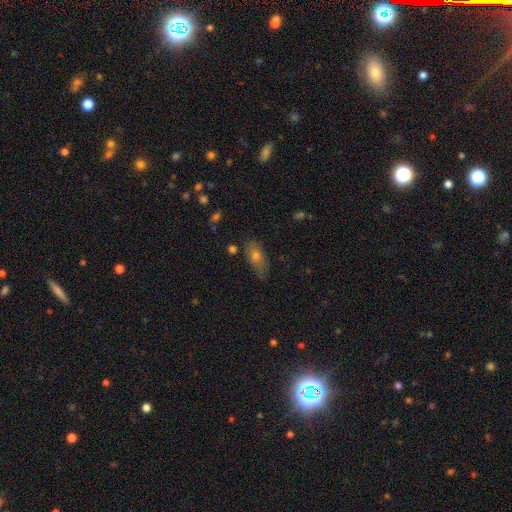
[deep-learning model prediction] Q: Smooth or featured?
A: smooth (64%); runner-up: featured or disk (23%)
Q: How rounded?
A: in between (77%); runner-up: cigar-shaped (17%)
Q: Merging?
A: none (71%); runner-up: minor disturbance (22%)